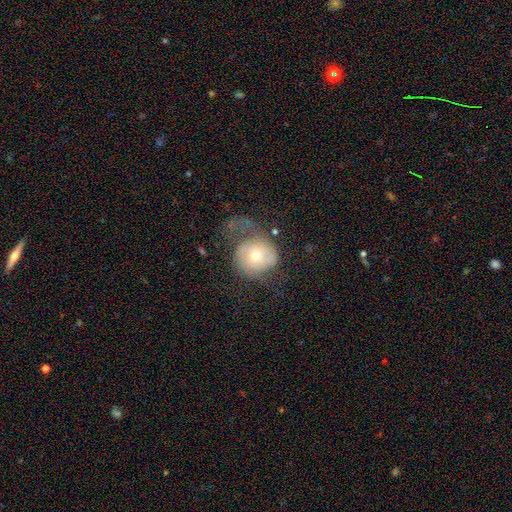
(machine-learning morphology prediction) Q: Smooth or featured?
A: smooth (46%); runner-up: featured or disk (45%)
Q: Merging?
A: major disturbance (50%); runner-up: none (27%)